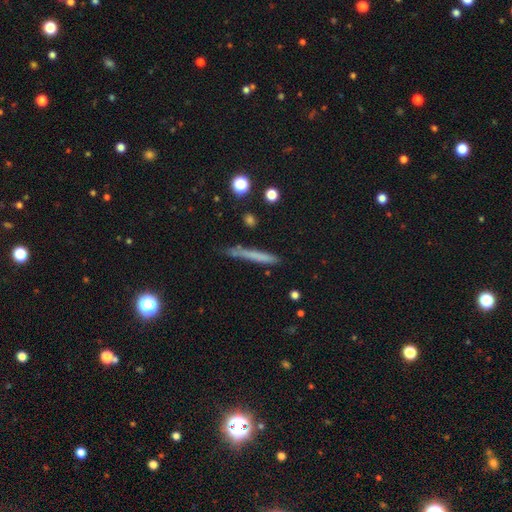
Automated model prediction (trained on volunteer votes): smooth-or-featured: smooth: 63% | featured or disk: 27% | star or artifact: 10%
  how-rounded: cigar-shaped: 95% | in between: 3% | round: 2%
  merging: none: 73% | minor disturbance: 18% | major disturbance: 5% | merger: 4%